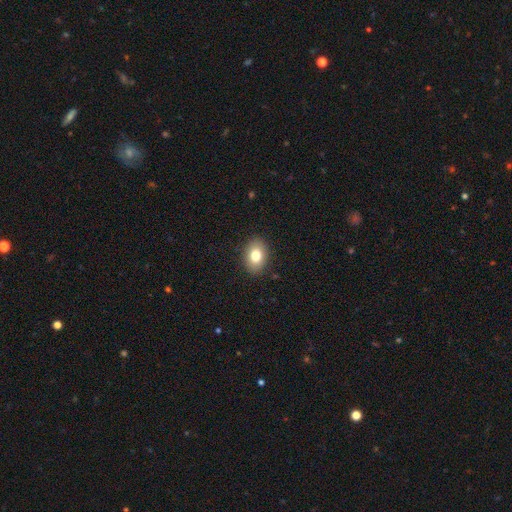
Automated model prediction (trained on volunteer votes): Q: Smooth or featured?
A: smooth (80%); runner-up: featured or disk (12%)
Q: How rounded?
A: in between (77%); runner-up: round (22%)
Q: Merging?
A: none (89%); runner-up: minor disturbance (8%)